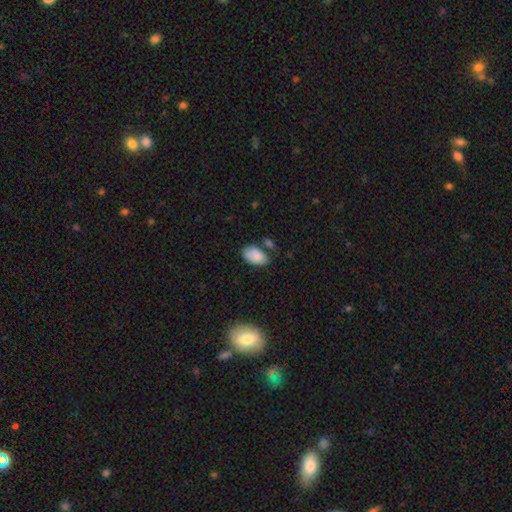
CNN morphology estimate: Smooth or featured? smooth (82%)
How rounded? in between (94%)
Merging? none (57%)